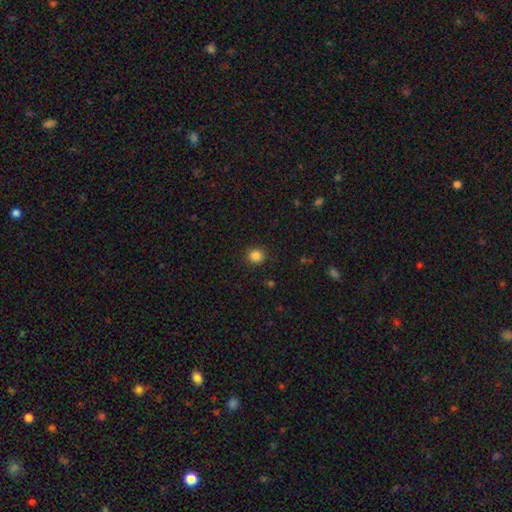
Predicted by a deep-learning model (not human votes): This appears to be a smooth galaxy with no disk features (85%) that is round (86%). Merging: none (90%).